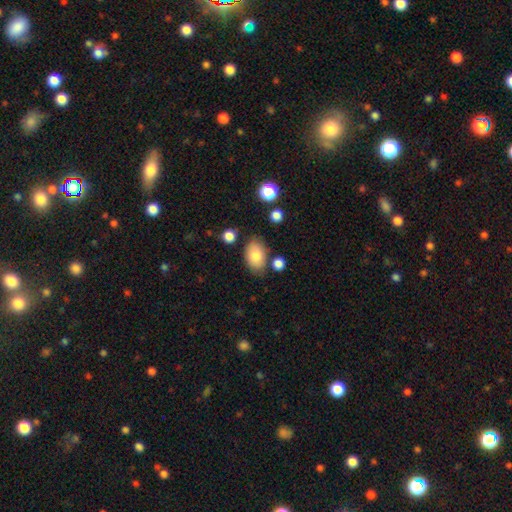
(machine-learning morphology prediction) This is likely a smooth galaxy (79%). How rounded: clearly in between (85%). Merging: likely none (75%).